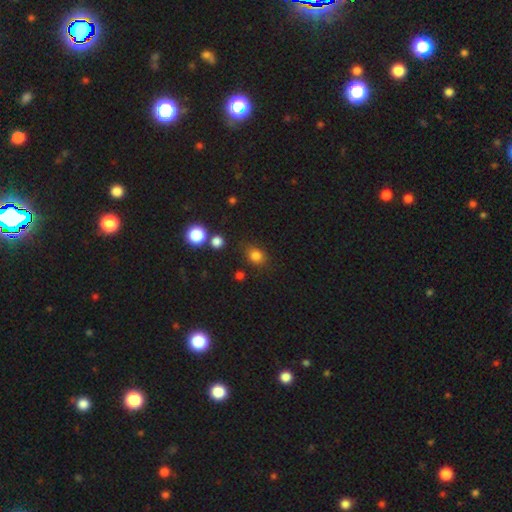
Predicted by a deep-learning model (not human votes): smooth_or_featured: smooth (p=0.81) [alt: star or artifact p=0.14]
how_rounded: round (p=0.59) [alt: in between p=0.40]
merging: none (p=0.76) [alt: minor disturbance p=0.16]